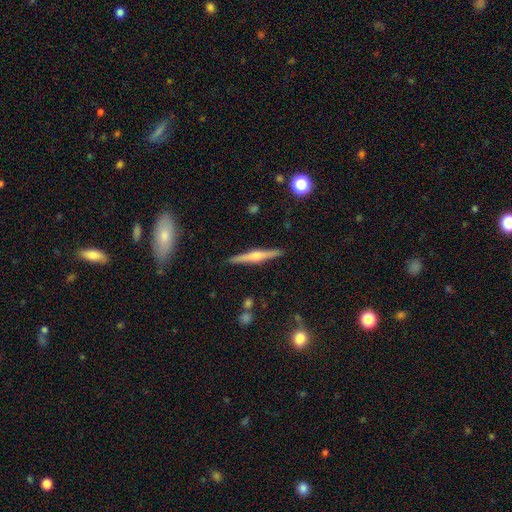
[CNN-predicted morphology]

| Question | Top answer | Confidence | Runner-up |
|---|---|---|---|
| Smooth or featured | featured or disk | 71% | smooth (23%) |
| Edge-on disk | yes | 98% | no (2%) |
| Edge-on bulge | rounded | 88% | boxy (7%) |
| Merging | none | 91% | minor disturbance (6%) |